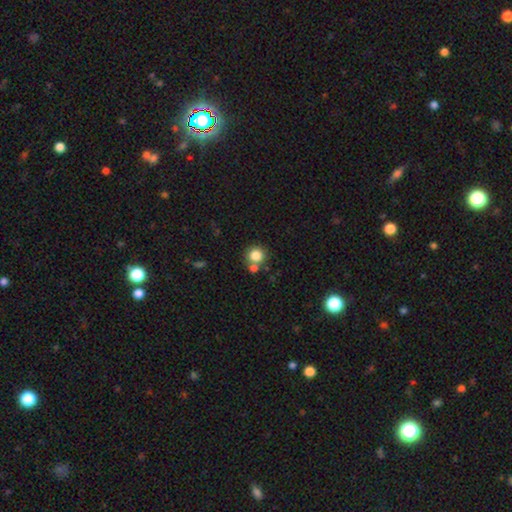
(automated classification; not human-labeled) Q: Smooth or featured?
A: smooth (82%); runner-up: star or artifact (11%)
Q: How rounded?
A: round (90%); runner-up: in between (9%)
Q: Merging?
A: none (64%); runner-up: merger (24%)